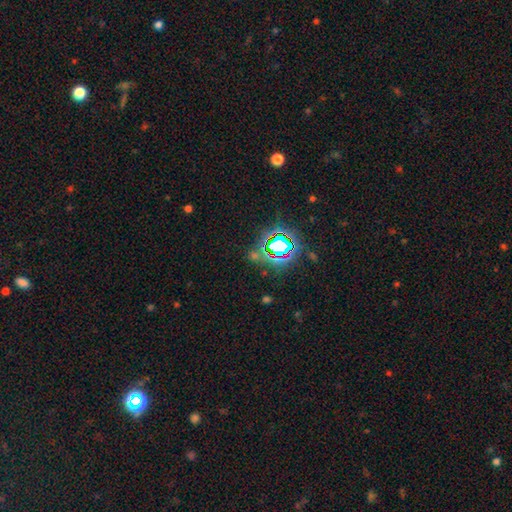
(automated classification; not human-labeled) smooth-or-featured: star or artifact: 76% | smooth: 15% | featured or disk: 9%